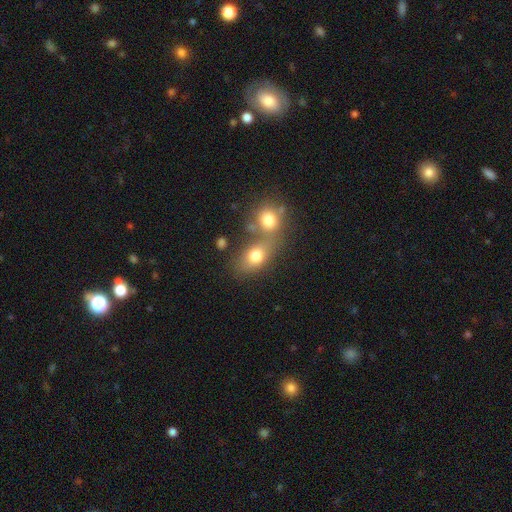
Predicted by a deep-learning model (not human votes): A smooth galaxy with no disk features (76%) that is in between round and cigar-shaped (62%). Merging: merger (52%).